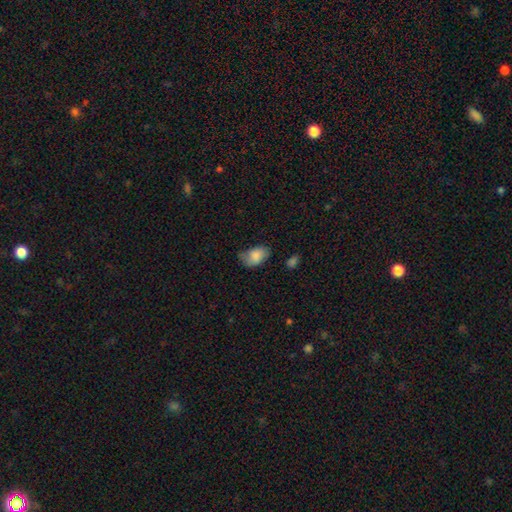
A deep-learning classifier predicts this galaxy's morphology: smooth-or-featured: smooth: 81% | featured or disk: 12% | star or artifact: 7%
  how-rounded: in between: 88% | round: 10% | cigar-shaped: 1%
  merging: none: 52% | minor disturbance: 35% | major disturbance: 10% | merger: 3%